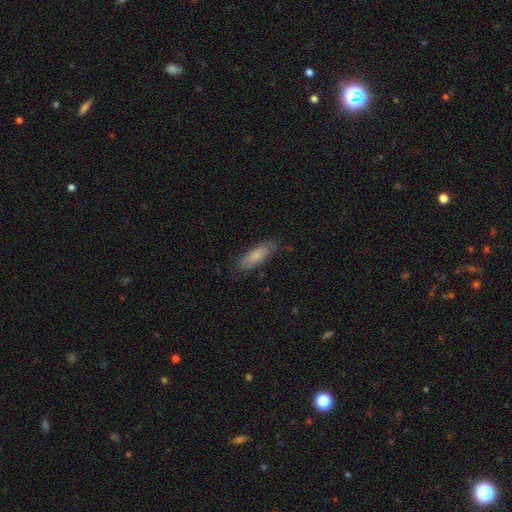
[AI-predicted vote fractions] This is likely a smooth galaxy (73%). How rounded: possibly in between (51%). Merging: likely none (78%).